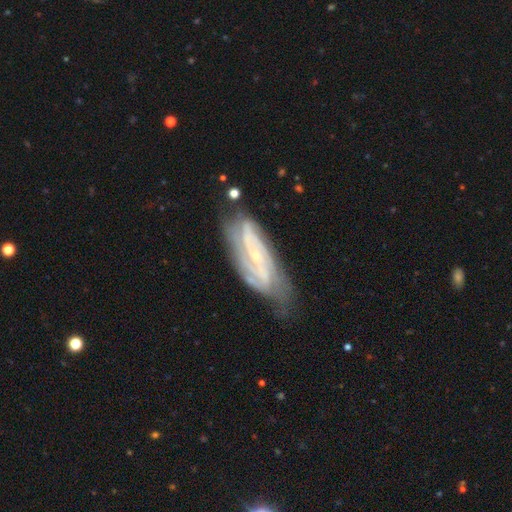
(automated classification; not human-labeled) Smooth or featured?
  - featured or disk: 85% *
  - smooth: 9%
  - star or artifact: 6%
Edge-on disk?
  - no: 89% *
  - yes: 11%
Bar?
  - no: 45% *
  - weak: 34%
  - strong: 21%
Spiral arms?
  - yes: 95% *
  - no: 5%
Spiral winding?
  - tight: 54% *
  - medium: 36%
  - loose: 10%
Spiral arm count?
  - 2: 41% *
  - can't tell: 27%
  - 3: 16%
  - 4: 8%
  - more than 4: 4%
  - 1: 4%
Bulge size?
  - small: 79% *
  - moderate: 16%
  - none: 2%
  - large: 1%
  - dominant: 1%
Merging?
  - none: 67% *
  - minor disturbance: 23%
  - major disturbance: 8%
  - merger: 3%